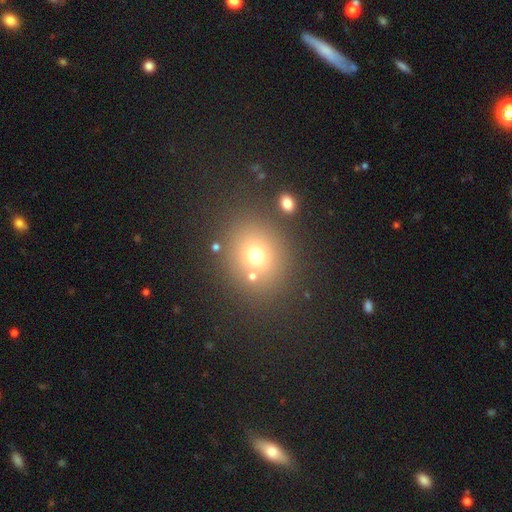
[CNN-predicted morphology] smooth 70%, star or artifact 19%, featured or disk 11%. Down the decision tree: how rounded — round (75%); merging — none (75%).